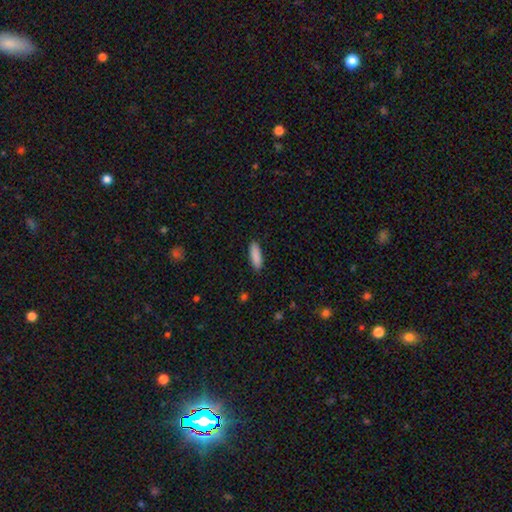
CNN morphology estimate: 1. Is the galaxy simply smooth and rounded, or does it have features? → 89% smooth, 6% star or artifact, 5% featured or disk.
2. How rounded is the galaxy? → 50% in between, 48% cigar-shaped, 2% round.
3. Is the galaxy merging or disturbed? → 89% none, 8% minor disturbance, 2% major disturbance, 1% merger.